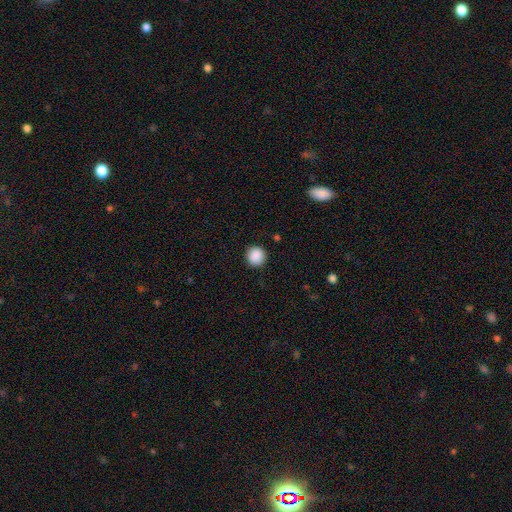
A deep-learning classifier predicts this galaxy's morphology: type=smooth (89%); roundness=round (94%); merging=none (91%).